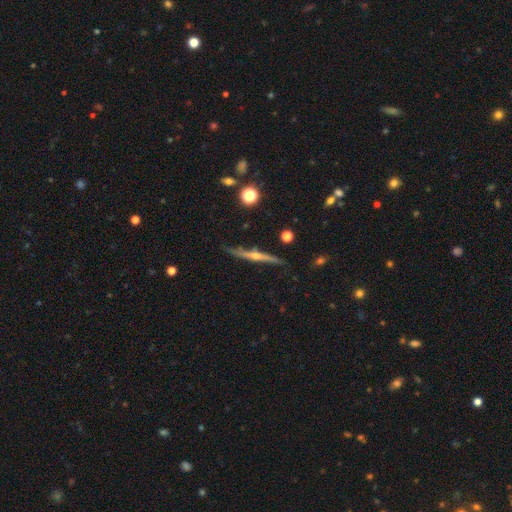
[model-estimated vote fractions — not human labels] featured or disk 79%, smooth 14%, star or artifact 7%. Down the decision tree: edge-on disk — yes (96%); edge-on bulge — rounded (83%); merging — none (82%).